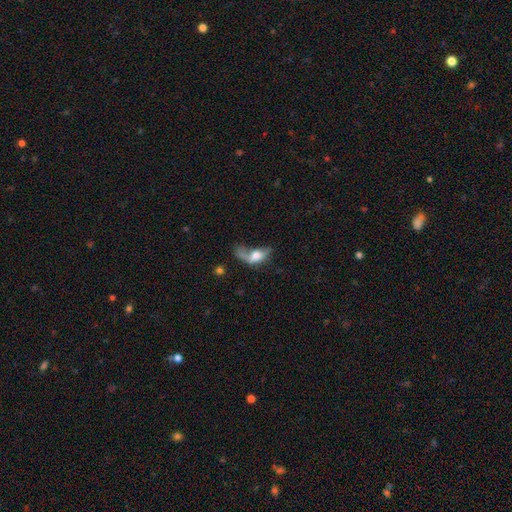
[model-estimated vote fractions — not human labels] A smooth galaxy with no disk features (54%) that is in between round and cigar-shaped (76%). Merging: major disturbance (50%).